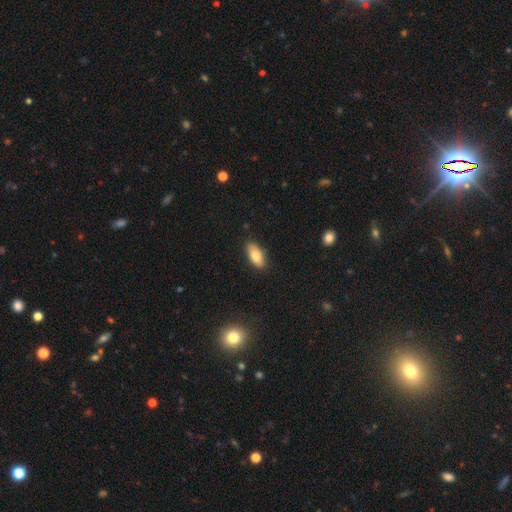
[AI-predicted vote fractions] smooth_or_featured: smooth (p=0.80) [alt: featured or disk p=0.13]
how_rounded: in between (p=0.89) [alt: cigar-shaped p=0.08]
merging: none (p=0.85) [alt: minor disturbance p=0.11]